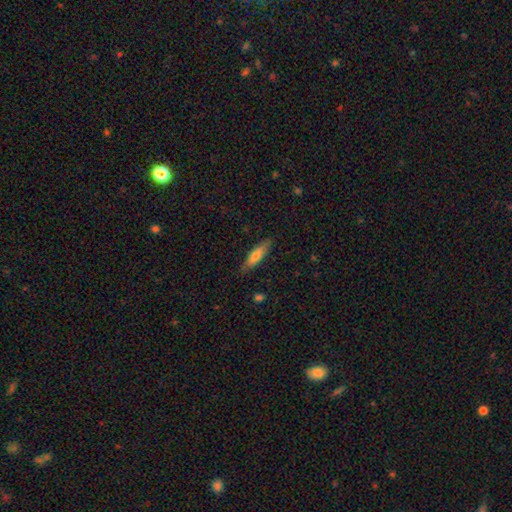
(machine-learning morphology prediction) Overall: smooth (72%). How rounded: cigar-shaped (66%; in between 33%). Merging: none (84%).